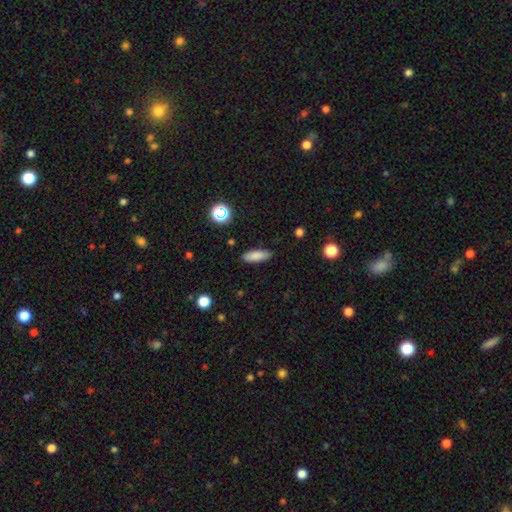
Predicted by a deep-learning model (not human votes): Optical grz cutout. It shows a smooth galaxy with no disk features (84%) that is in between round and cigar-shaped (59%). Merging: none (87%).